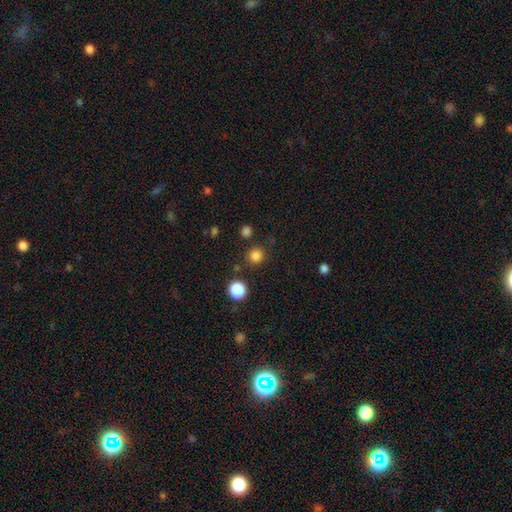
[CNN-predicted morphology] smooth 82%, star or artifact 15%, featured or disk 4%. Down the decision tree: how rounded — round (93%); merging — none (87%).